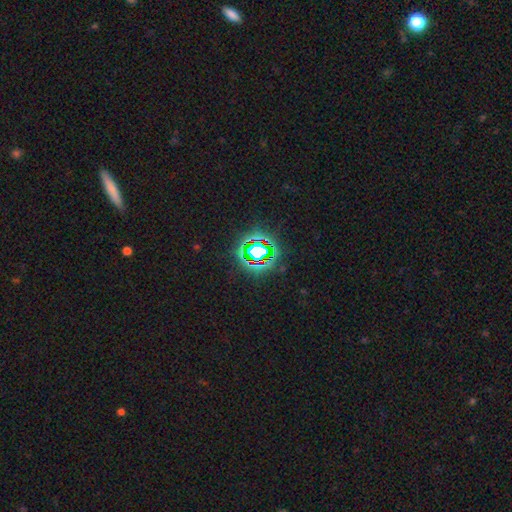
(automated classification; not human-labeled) Smooth or featured? star or artifact (72%)